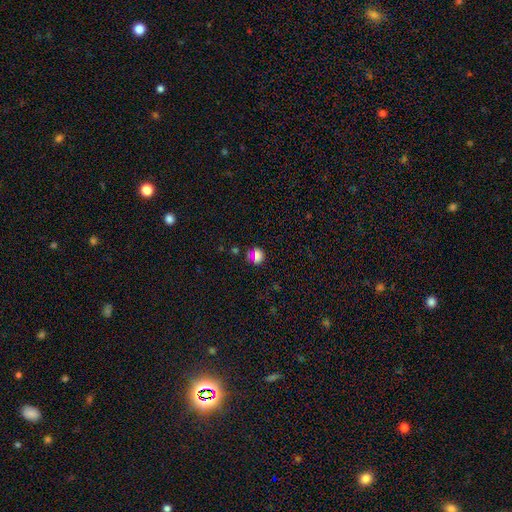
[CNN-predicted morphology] Smooth or featured?
  - smooth: 69% *
  - star or artifact: 22%
  - featured or disk: 9%
How rounded?
  - round: 69% *
  - in between: 29%
  - cigar-shaped: 2%
Merging?
  - none: 69% *
  - minor disturbance: 17%
  - merger: 8%
  - major disturbance: 7%